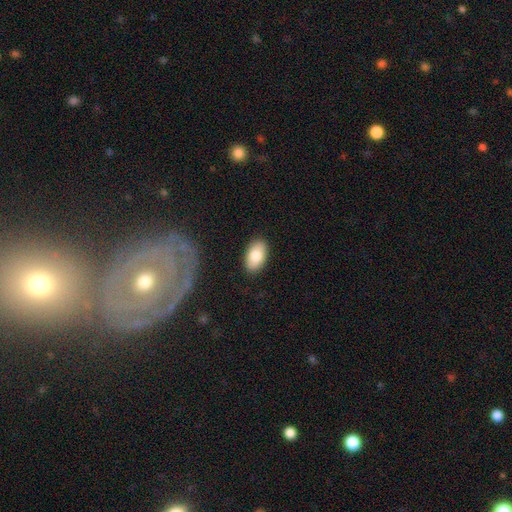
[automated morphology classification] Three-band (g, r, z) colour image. It shows a smooth galaxy with no disk features (84%) that is in between round and cigar-shaped (94%). Merging: none (87%).